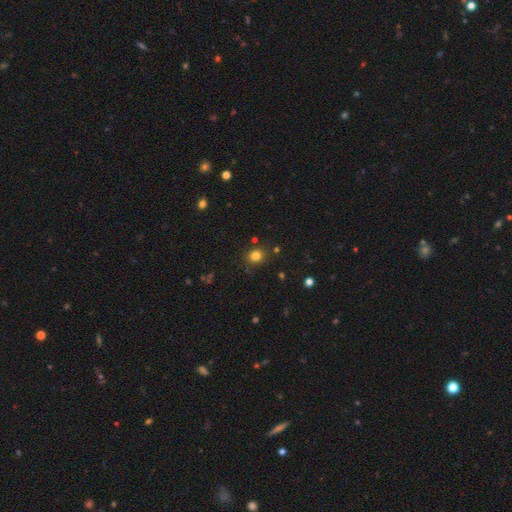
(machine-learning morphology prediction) Smooth or featured: smooth — 80% (star or artifact — 15%)
How rounded: round — 77% (in between — 22%)
Merging: none — 85% (minor disturbance — 10%)